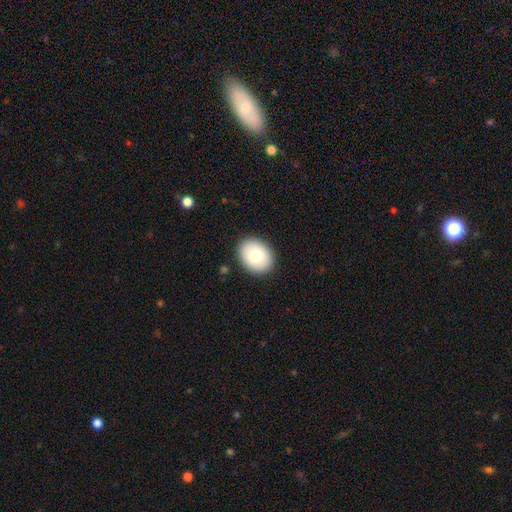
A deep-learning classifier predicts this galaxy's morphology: Smooth or featured? smooth (79%)
How rounded? in between (60%)
Merging? none (89%)